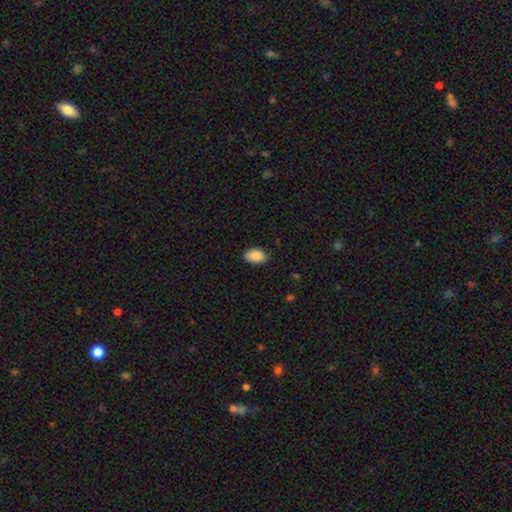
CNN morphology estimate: Smooth or featured? smooth (89%)
How rounded? in between (92%)
Merging? none (82%)